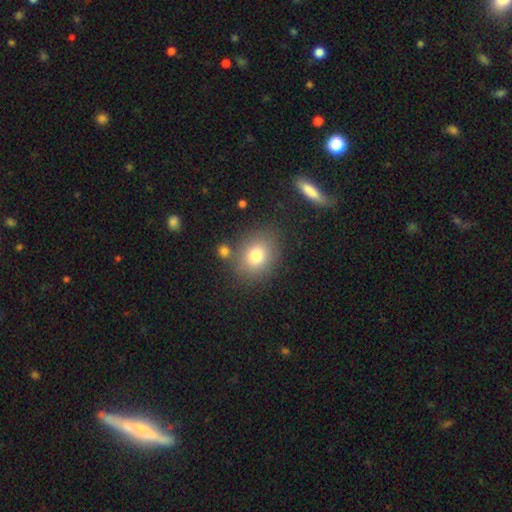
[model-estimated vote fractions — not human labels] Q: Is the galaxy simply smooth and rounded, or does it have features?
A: smooth — 77%.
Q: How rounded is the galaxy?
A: round — 63%.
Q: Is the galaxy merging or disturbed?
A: none — 77%.